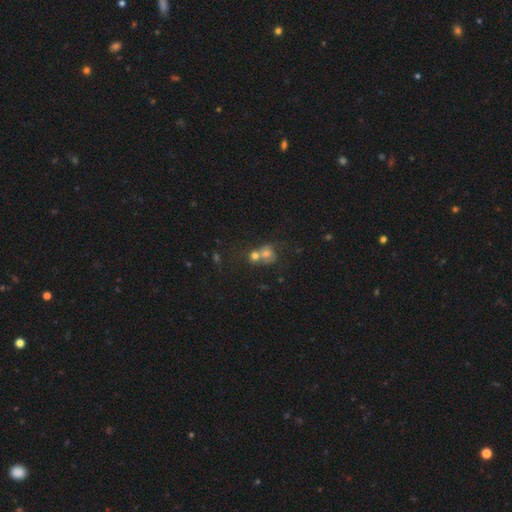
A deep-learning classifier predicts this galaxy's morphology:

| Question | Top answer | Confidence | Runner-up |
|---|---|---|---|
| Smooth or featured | smooth | 63% | featured or disk (20%) |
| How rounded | round | 75% | in between (24%) |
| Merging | merger | 60% | none (28%) |